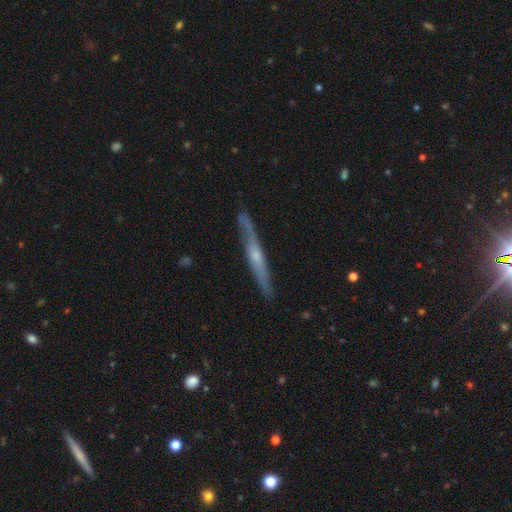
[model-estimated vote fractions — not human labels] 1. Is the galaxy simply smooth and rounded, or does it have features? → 69% featured or disk, 26% smooth, 5% star or artifact.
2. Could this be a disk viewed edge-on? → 92% yes, 8% no.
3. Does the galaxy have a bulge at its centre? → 60% rounded, 33% none, 7% boxy.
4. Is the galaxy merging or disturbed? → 81% none, 14% minor disturbance, 3% major disturbance, 2% merger.